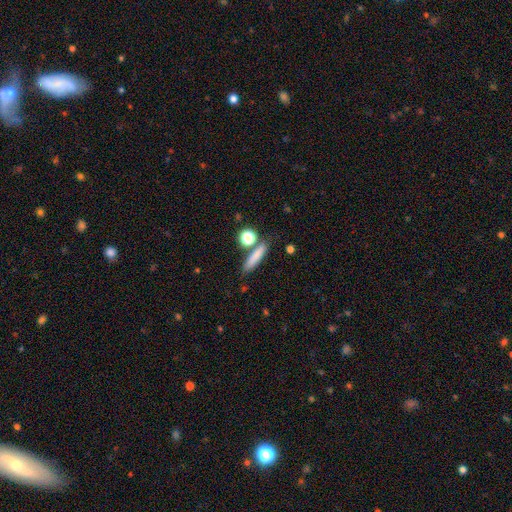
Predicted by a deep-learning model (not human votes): A smooth galaxy with no disk features (78%) that is cigar-shaped (73%).

Vote fractions:
- Smooth or featured? smooth: 78% / featured or disk: 13% / star or artifact: 9%
- How rounded? cigar-shaped: 73% / in between: 18% / round: 9%
- Merging? none: 73% / minor disturbance: 12% / merger: 11% / major disturbance: 4%